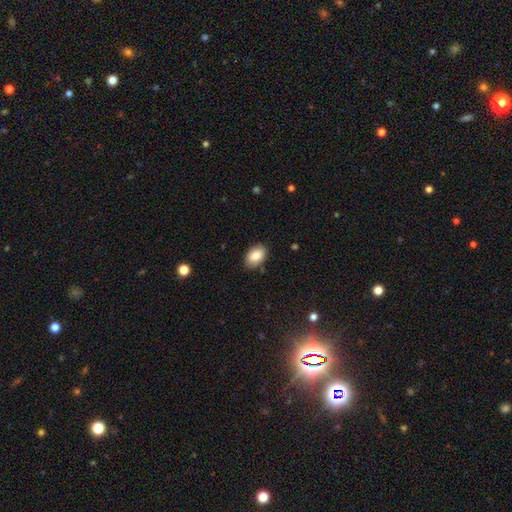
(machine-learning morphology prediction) The model was most divided on "merging": none: 85%, minor disturbance: 11%, major disturbance: 2%, merger: 1%. More confident: how rounded — in between (87%); smooth or featured — smooth (85%).